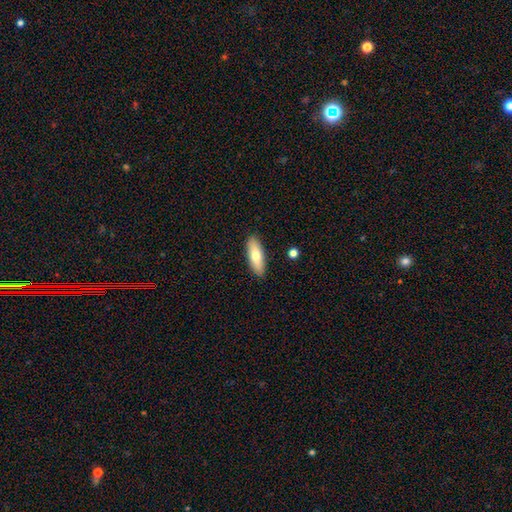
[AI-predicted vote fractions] A smooth galaxy with no disk features (73%) that is in between round and cigar-shaped (65%).

Vote fractions:
- Smooth or featured? smooth: 73% / featured or disk: 21% / star or artifact: 6%
- How rounded? in between: 65% / cigar-shaped: 33% / round: 2%
- Merging? none: 89% / minor disturbance: 8% / major disturbance: 2% / merger: 1%